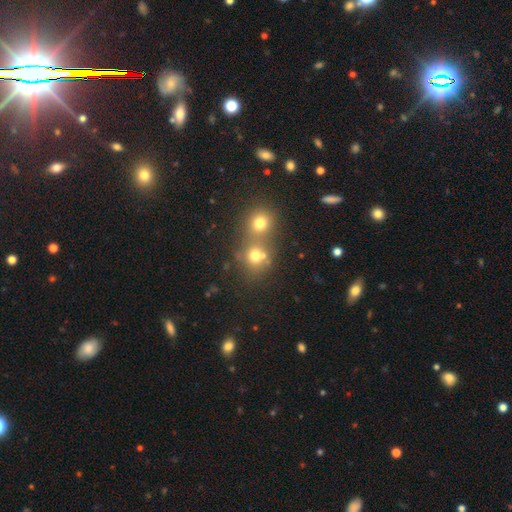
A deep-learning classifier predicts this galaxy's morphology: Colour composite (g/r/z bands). It shows a smooth galaxy with no disk features (71%) that is round (80%). Merging: merger (51%).